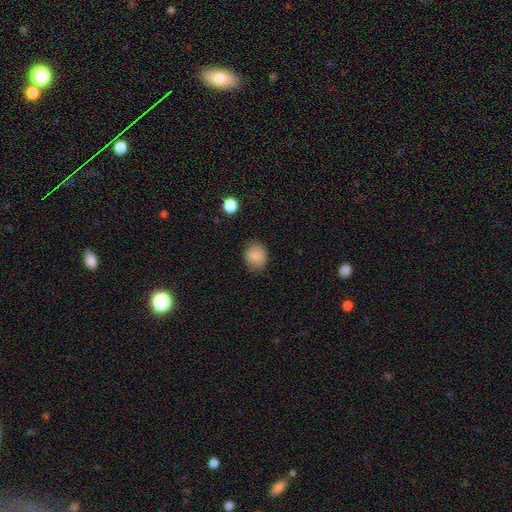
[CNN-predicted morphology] smooth-or-featured: smooth: 84% | star or artifact: 9% | featured or disk: 7%
  how-rounded: round: 51% | in between: 49% | cigar-shaped: 1%
  merging: none: 80% | minor disturbance: 15% | major disturbance: 4% | merger: 1%